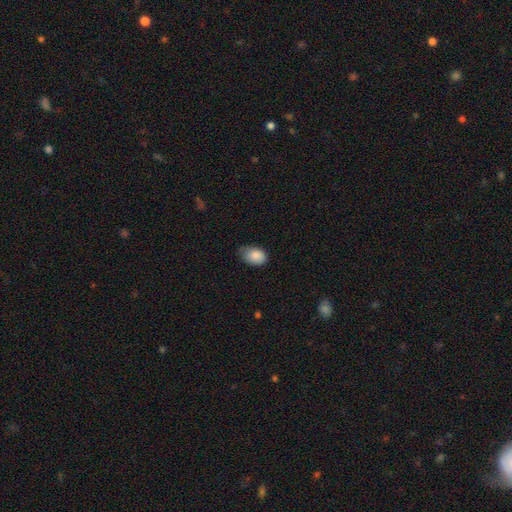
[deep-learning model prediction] Smooth or featured: smooth — 86% (featured or disk — 7%)
How rounded: in between — 85% (round — 14%)
Merging: none — 52% (minor disturbance — 39%)